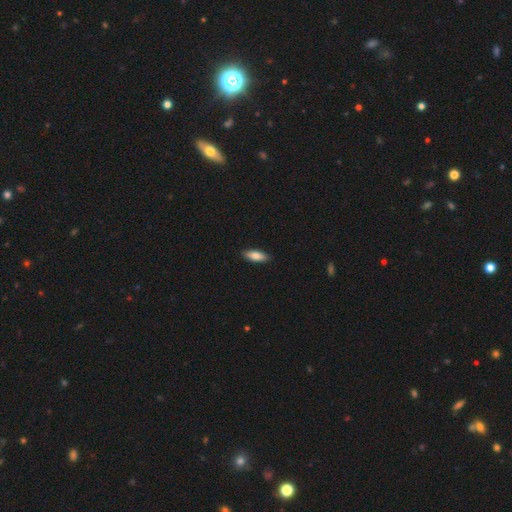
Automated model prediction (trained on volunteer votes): Morphology: type=smooth (81%); roundness=in between (66%); merging=none (90%).